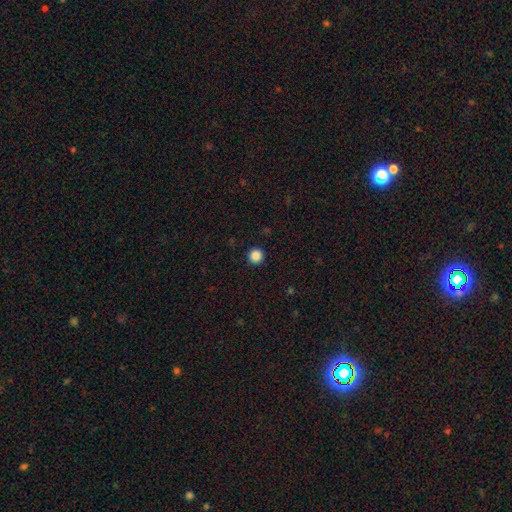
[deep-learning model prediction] Smooth or featured: smooth — 87% (star or artifact — 11%)
How rounded: round — 96% (in between — 3%)
Merging: none — 93% (minor disturbance — 4%)